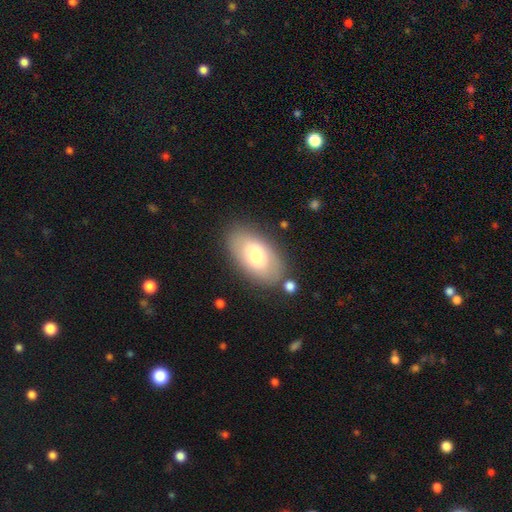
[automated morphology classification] Smooth or featured: smooth — 69% (featured or disk — 24%)
How rounded: in between — 94% (round — 4%)
Merging: none — 81% (minor disturbance — 12%)